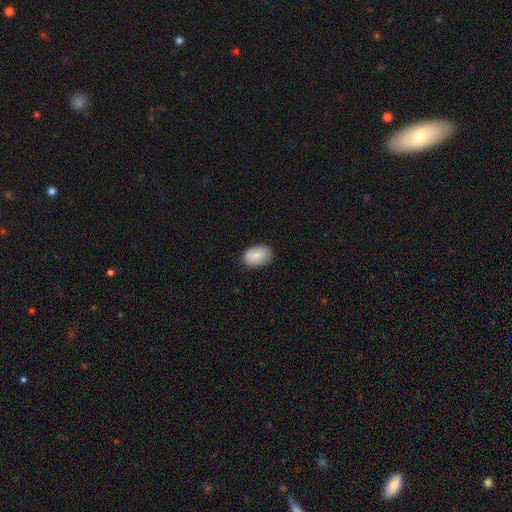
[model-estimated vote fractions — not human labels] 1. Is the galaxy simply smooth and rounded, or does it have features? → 86% smooth, 7% featured or disk, 7% star or artifact.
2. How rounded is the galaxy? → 89% in between, 10% round, 1% cigar-shaped.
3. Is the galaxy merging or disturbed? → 84% none, 13% minor disturbance, 2% major disturbance, 1% merger.